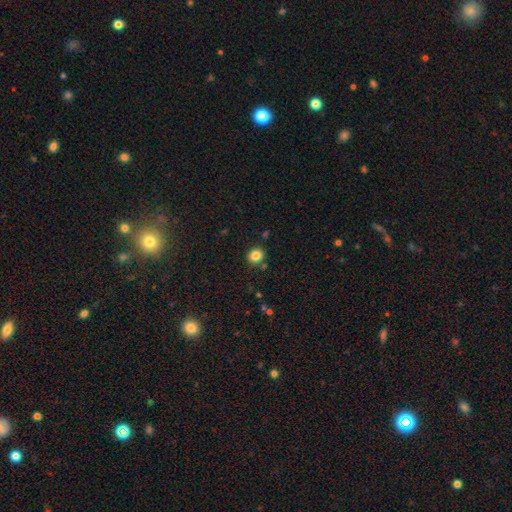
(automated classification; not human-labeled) smooth_or_featured: smooth (p=0.84) [alt: star or artifact p=0.11]
how_rounded: round (p=0.78) [alt: in between p=0.22]
merging: none (p=0.85) [alt: minor disturbance p=0.08]